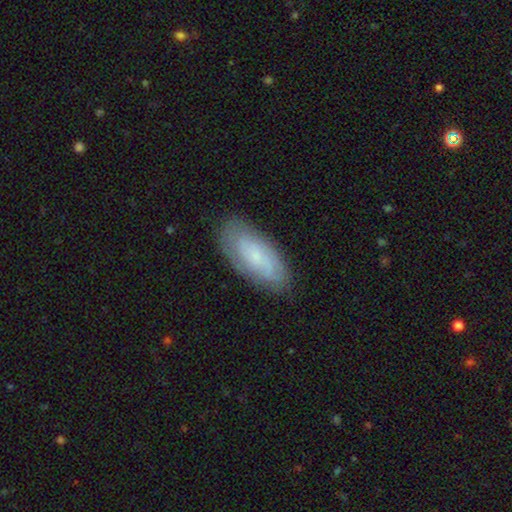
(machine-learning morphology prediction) smooth_or_featured: smooth (p=0.49) [alt: featured or disk p=0.44]
merging: none (p=0.80) [alt: minor disturbance p=0.15]